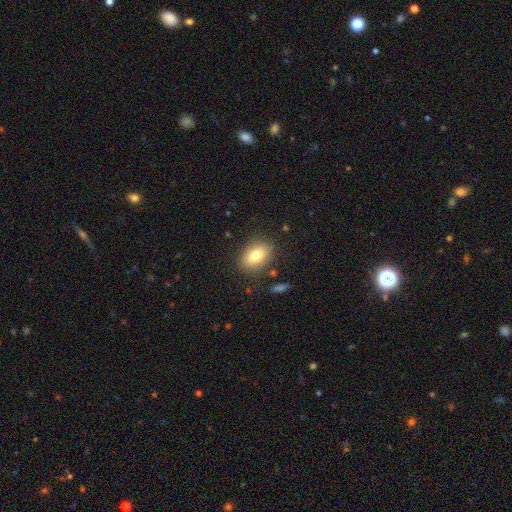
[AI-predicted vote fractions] Morphology: type=smooth (79%); roundness=in between (75%); merging=none (83%).